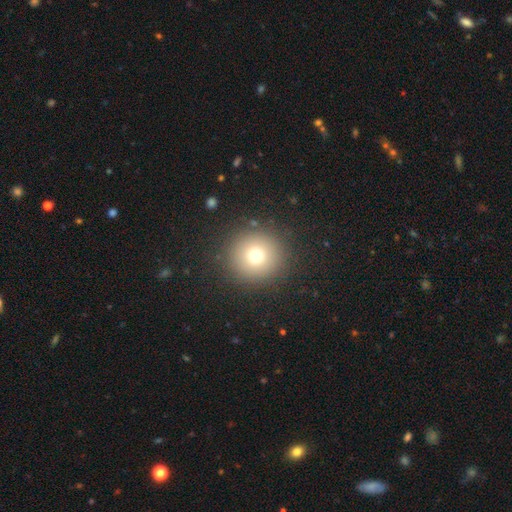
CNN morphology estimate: smooth_or_featured: smooth (p=0.73) [alt: star or artifact p=0.16]
how_rounded: round (p=0.95) [alt: in between p=0.04]
merging: none (p=0.89) [alt: minor disturbance p=0.06]